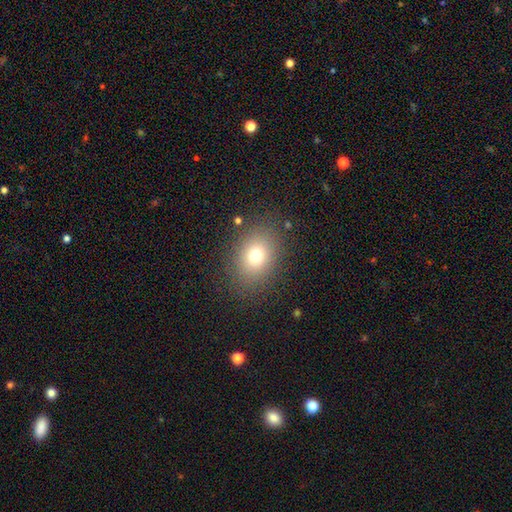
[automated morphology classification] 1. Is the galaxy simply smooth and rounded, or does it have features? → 73% smooth, 15% star or artifact, 12% featured or disk.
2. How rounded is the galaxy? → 55% in between, 44% round, 1% cigar-shaped.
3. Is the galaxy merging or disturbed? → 84% none, 10% minor disturbance, 5% major disturbance, 1% merger.